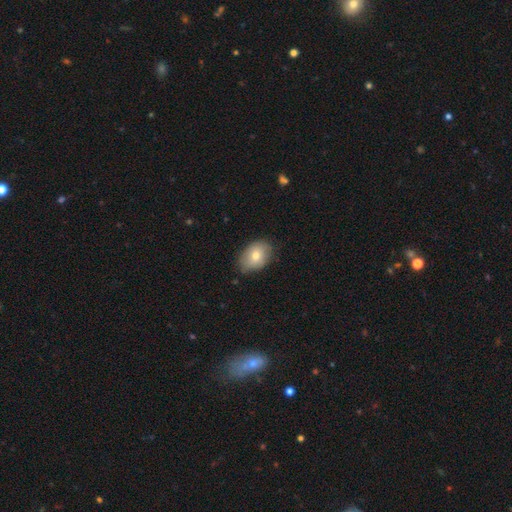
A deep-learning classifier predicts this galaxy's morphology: This appears to be a smooth galaxy with no disk features (74%) that is in between round and cigar-shaped (80%). Merging: none (75%).